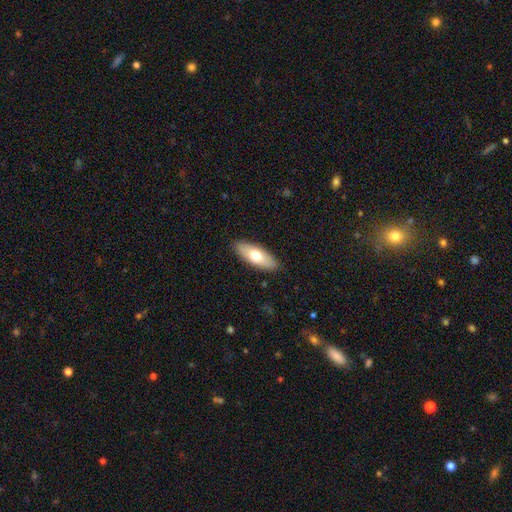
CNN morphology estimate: smooth 67%, featured or disk 27%, star or artifact 6%. Down the decision tree: how rounded — in between (73%); merging — none (89%).